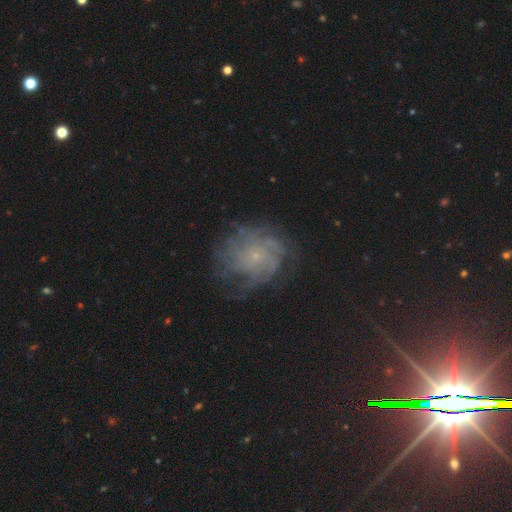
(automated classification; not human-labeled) Overall: featured or disk (64%). Edge-on disk: no (97%). Bar: no (84%). Spiral arms: yes (84%). Spiral arm count: can't tell (47%; 4 13%). Spiral winding: tight (54%; medium 31%). Bulge size: small (83%). Merging: none (68%).